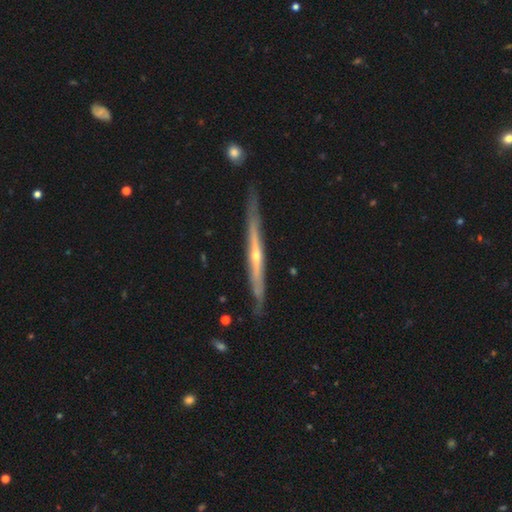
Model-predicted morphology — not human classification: A featured or disk galaxy (79%) viewed edge-on (96%) with a rounded central bulge (62%). Merging: none (82%).